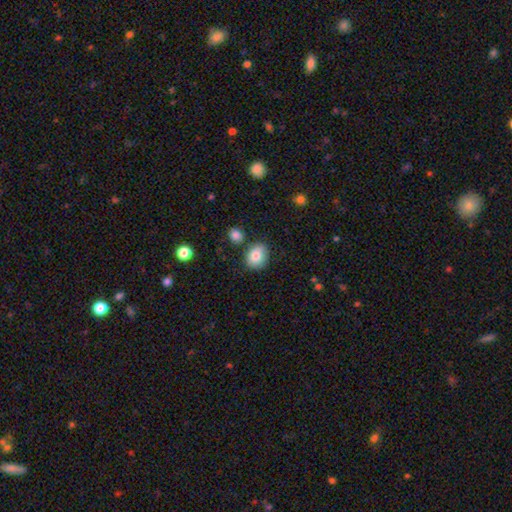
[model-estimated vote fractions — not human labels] Smooth or featured? Predicted: smooth (p=0.83). How rounded? Predicted: round (p=0.55). Merging? Predicted: none (p=0.77).